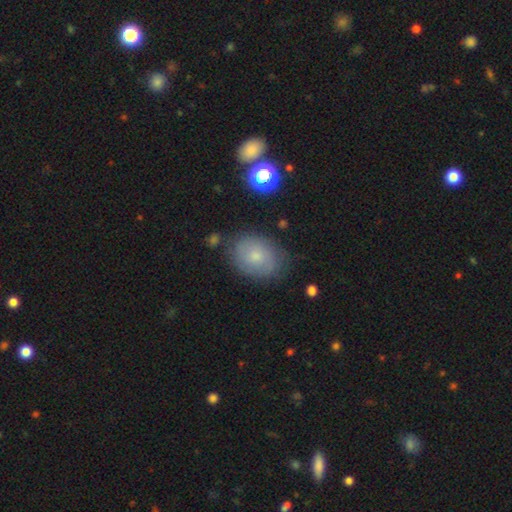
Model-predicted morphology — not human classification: This appears to be a smooth galaxy with no disk features (66%) that is in between round and cigar-shaped (64%). Merging: none (77%).